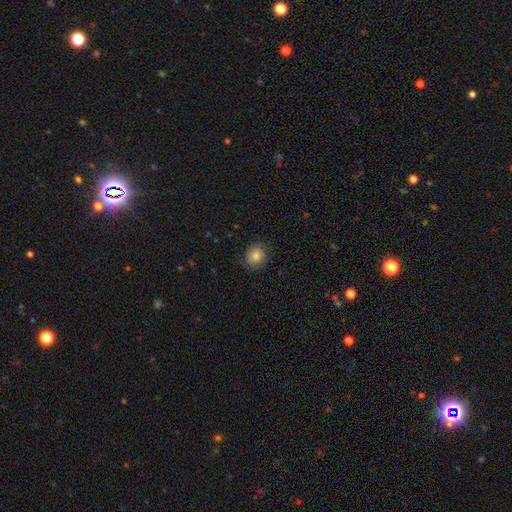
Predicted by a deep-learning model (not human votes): Overall: smooth (78%). How rounded: round (79%). Merging: none (83%).